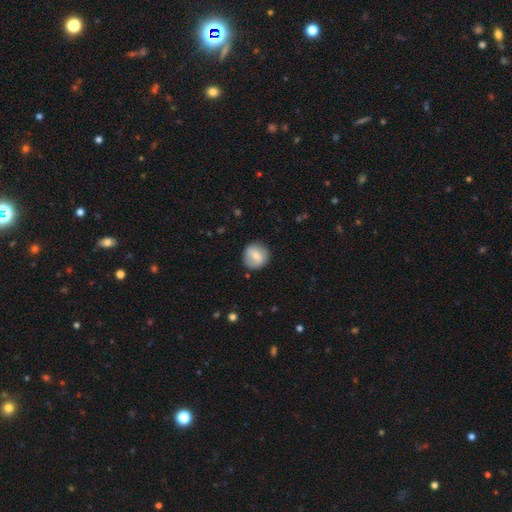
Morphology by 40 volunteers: Smooth or featured? 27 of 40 (68%) said smooth. How rounded? 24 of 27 (89%) said round. Merging? 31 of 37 (84%) said none.